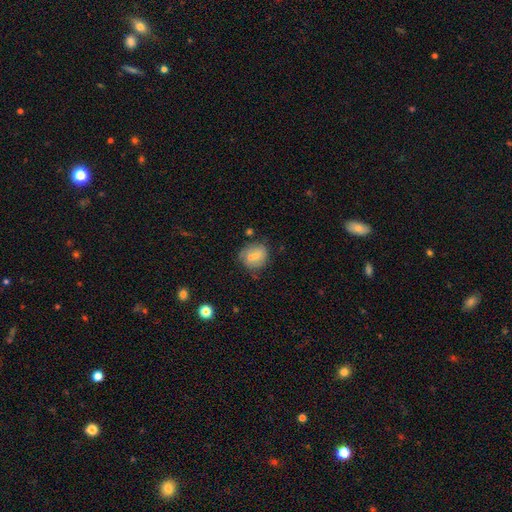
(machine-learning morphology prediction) A smooth galaxy with no disk features (64%) that is round (63%). Merging: none (67%).